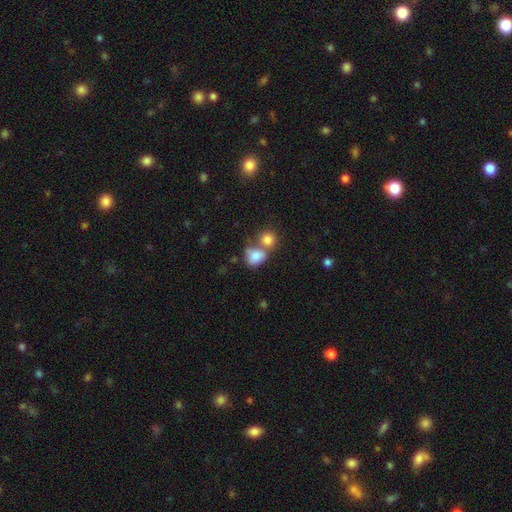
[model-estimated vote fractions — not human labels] Q: Smooth or featured?
A: smooth (82%); runner-up: featured or disk (9%)
Q: How rounded?
A: in between (54%); runner-up: round (45%)
Q: Merging?
A: merger (55%); runner-up: none (29%)